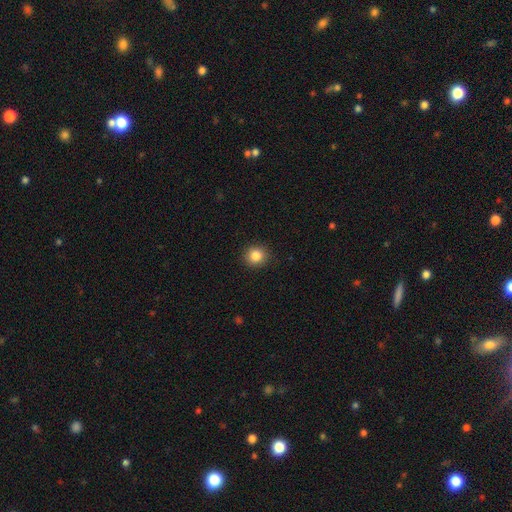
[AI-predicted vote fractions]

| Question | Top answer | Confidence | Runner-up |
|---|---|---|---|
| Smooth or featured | smooth | 85% | star or artifact (10%) |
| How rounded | round | 89% | in between (10%) |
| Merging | none | 91% | minor disturbance (6%) |